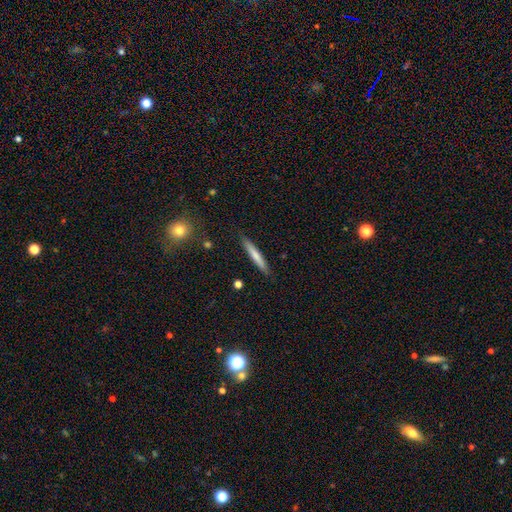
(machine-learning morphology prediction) A smooth galaxy with no disk features (67%) that is cigar-shaped (94%). Merging: none (88%).